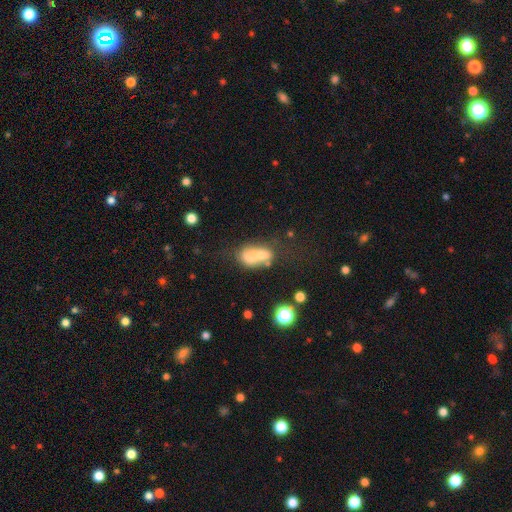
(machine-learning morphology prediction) smooth-or-featured: smooth: 59% | featured or disk: 29% | star or artifact: 11%
  how-rounded: in between: 79% | round: 16% | cigar-shaped: 5%
  merging: merger: 51% | none: 25% | minor disturbance: 14% | major disturbance: 10%